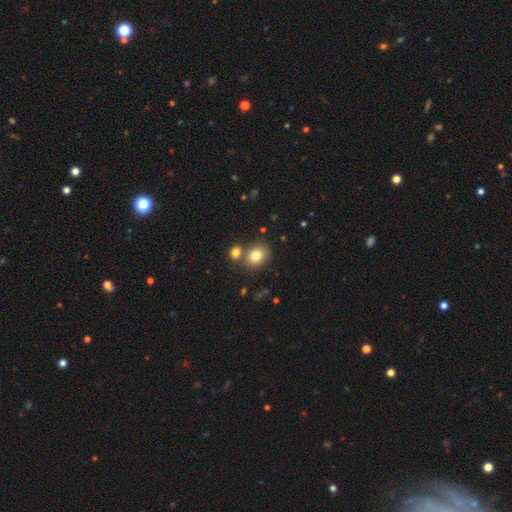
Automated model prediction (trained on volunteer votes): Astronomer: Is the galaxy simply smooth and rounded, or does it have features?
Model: smooth — 79%.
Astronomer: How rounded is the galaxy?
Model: round — 52% (runner-up: in between, 47%).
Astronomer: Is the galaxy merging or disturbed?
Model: none — 64%.